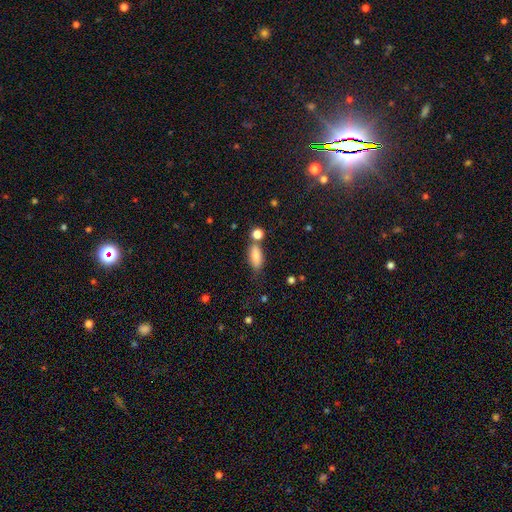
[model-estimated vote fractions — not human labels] smooth 82%, featured or disk 10%, star or artifact 8%. Down the decision tree: how rounded — in between (81%); merging — none (60%).